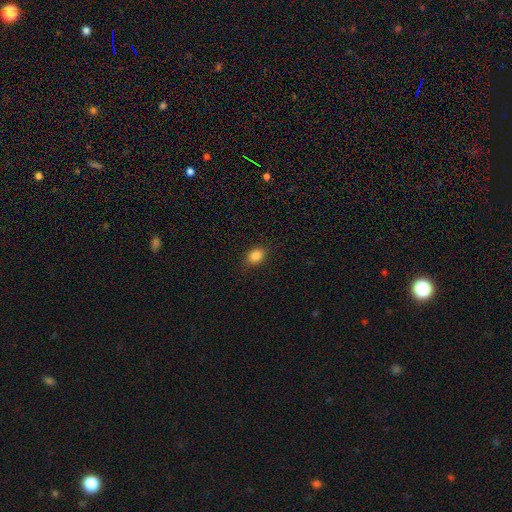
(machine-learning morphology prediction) Overall: smooth (86%). How rounded: in between (67%; round 31%). Merging: none (86%).